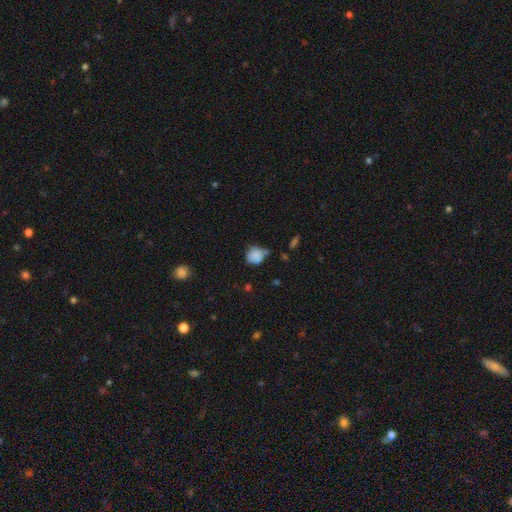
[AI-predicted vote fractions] This appears to be a smooth galaxy with no disk features (81%) that is round (73%). Merging: none (42%).